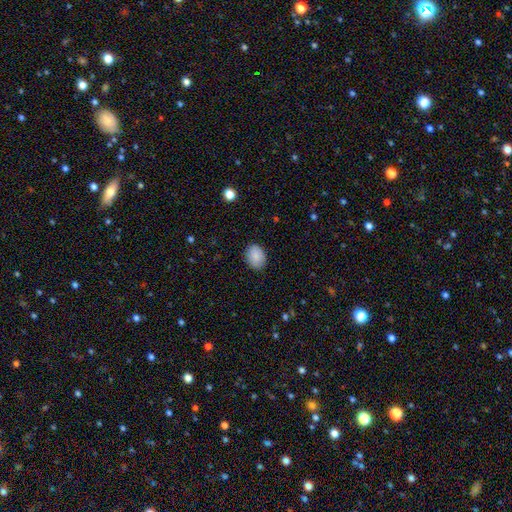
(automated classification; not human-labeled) Smooth or featured? Predicted: smooth (p=0.88). How rounded? Predicted: in between (p=0.64). Merging? Predicted: none (p=0.86).